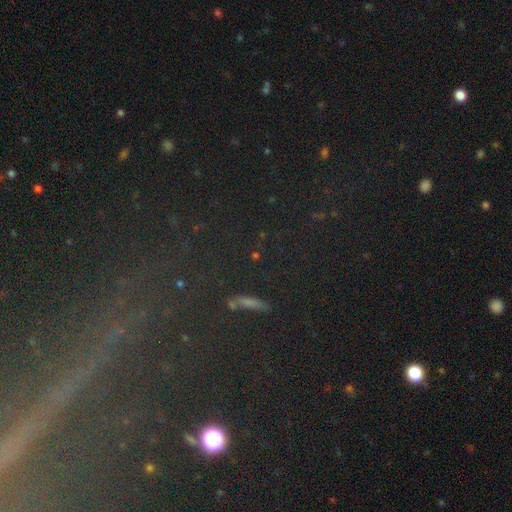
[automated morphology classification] Q: Smooth or featured?
A: star or artifact (54%); runner-up: smooth (32%)